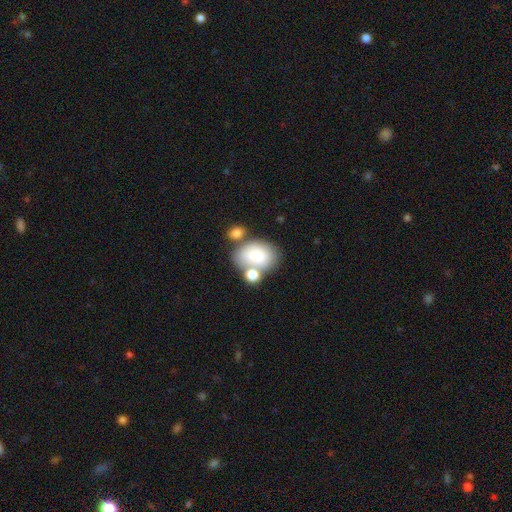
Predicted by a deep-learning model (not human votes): Overall: smooth (75%). How rounded: in between (77%). Merging: none (45%; merger 32%).